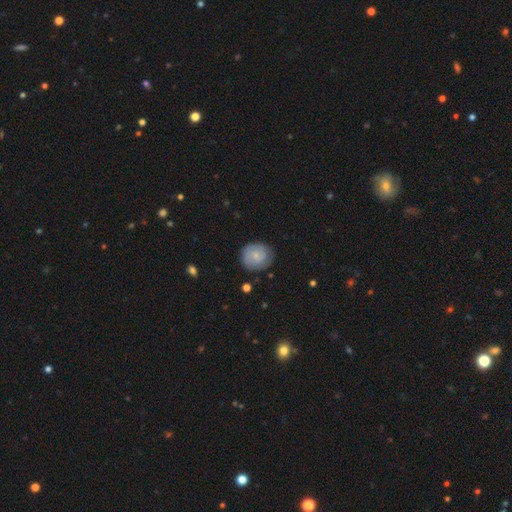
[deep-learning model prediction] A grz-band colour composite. It shows a smooth galaxy with no disk features (62%) that is round (75%). Merging: none (76%).